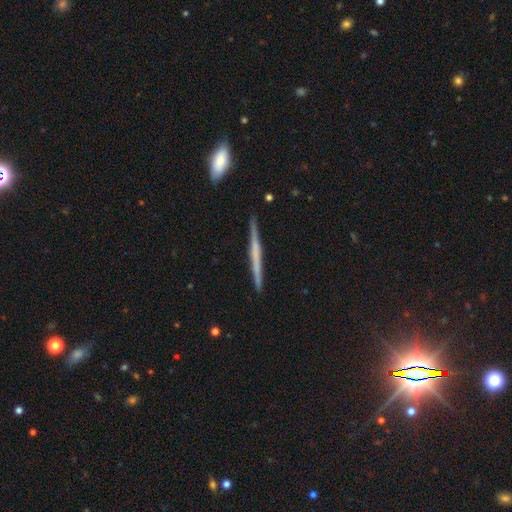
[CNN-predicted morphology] Overall: featured or disk (57%; smooth 36%). Edge-on disk: yes (98%). Edge-on bulge: none (76%). Merging: none (90%).